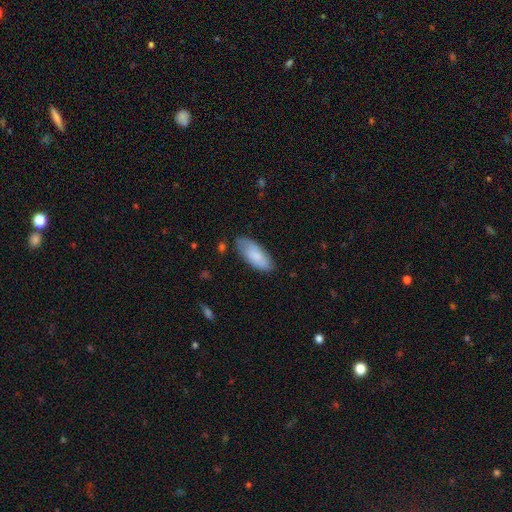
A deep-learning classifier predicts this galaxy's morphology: This is likely a smooth galaxy (78%). How rounded: clearly in between (84%). Merging: likely none (74%).